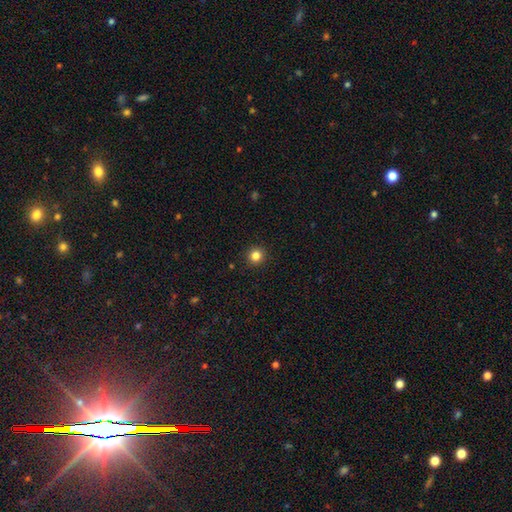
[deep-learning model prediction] smooth 84%, star or artifact 12%, featured or disk 4%. Down the decision tree: how rounded — round (93%); merging — none (93%).